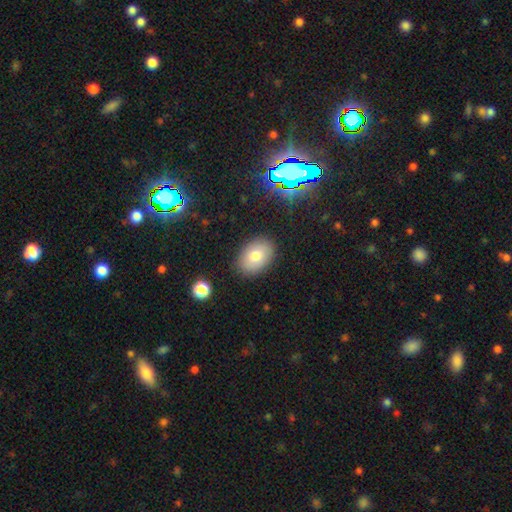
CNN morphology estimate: Smooth or featured? smooth (76%)
How rounded? in between (79%)
Merging? none (86%)